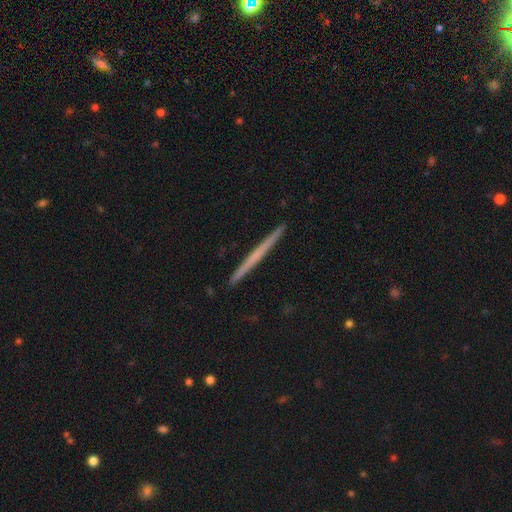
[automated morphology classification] smooth_or_featured: featured or disk (p=0.53) [alt: smooth p=0.41]
disk_edge_on: yes (p=0.98) [alt: no p=0.02]
edge_on_bulge: none (p=0.89) [alt: rounded p=0.08]
merging: none (p=0.93) [alt: minor disturbance p=0.05]